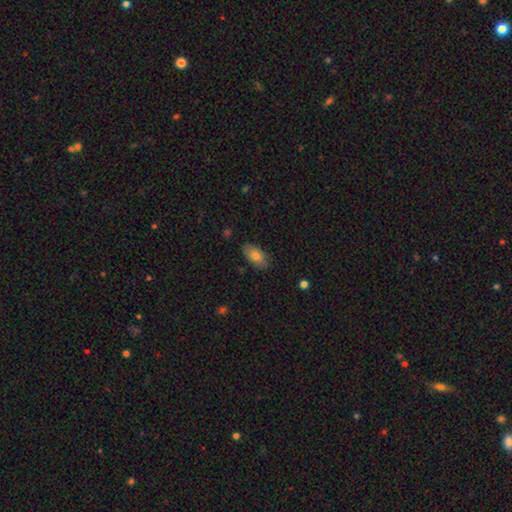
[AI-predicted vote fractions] Smooth or featured?
  - smooth: 78% *
  - featured or disk: 15%
  - star or artifact: 7%
How rounded?
  - in between: 91% *
  - cigar-shaped: 5%
  - round: 4%
Merging?
  - none: 81% *
  - minor disturbance: 15%
  - major disturbance: 3%
  - merger: 1%